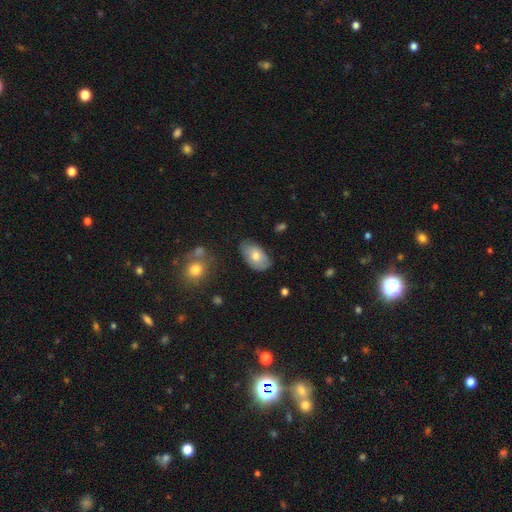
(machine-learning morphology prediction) This is likely a smooth galaxy (70%). How rounded: clearly in between (93%). Merging: likely none (72%).